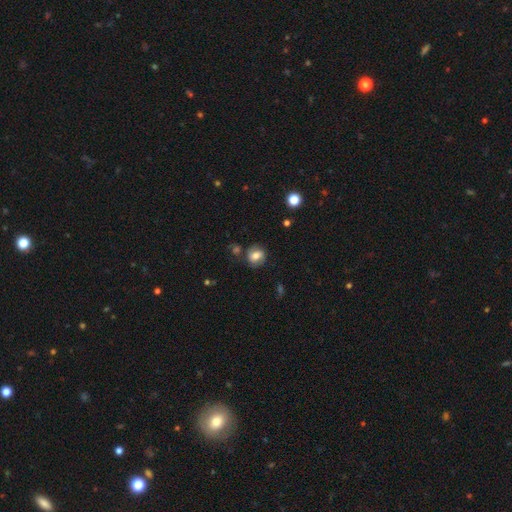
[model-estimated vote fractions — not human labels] The model was most divided on "smooth or featured": smooth: 60%, featured or disk: 29%, star or artifact: 11%. More confident: merging — none (73%); how rounded — round (67%).